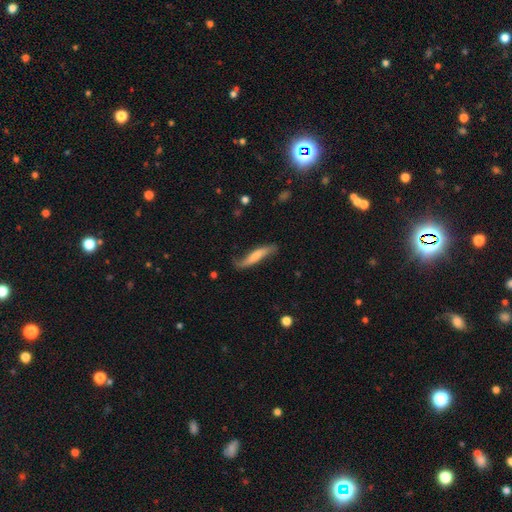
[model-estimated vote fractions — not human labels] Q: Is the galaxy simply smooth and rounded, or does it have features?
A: smooth — 47%, tied with featured or disk.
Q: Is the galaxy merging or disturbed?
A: none — 58%.